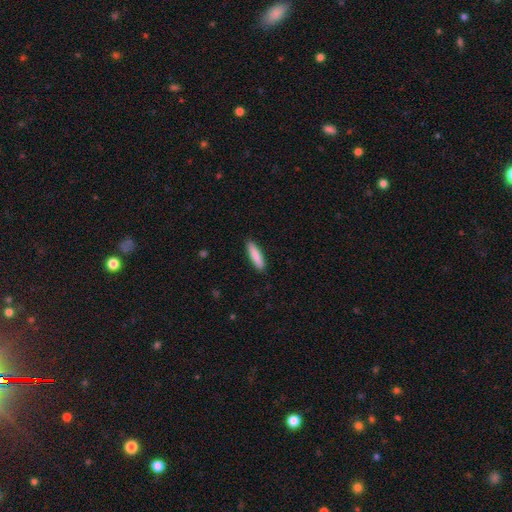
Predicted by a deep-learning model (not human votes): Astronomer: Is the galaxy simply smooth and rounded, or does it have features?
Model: smooth — 86%.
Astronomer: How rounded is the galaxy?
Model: cigar-shaped — 80%.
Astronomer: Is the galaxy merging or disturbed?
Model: none — 90%.